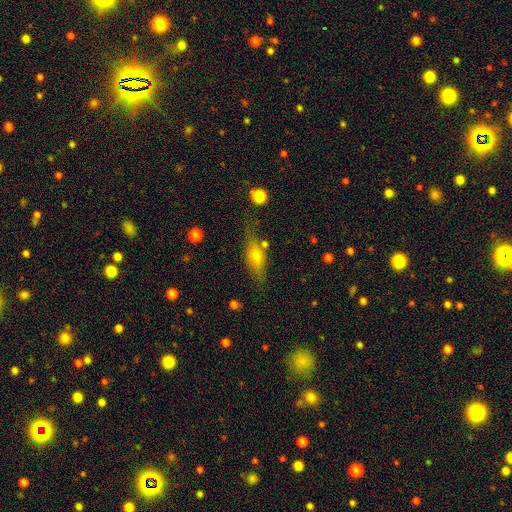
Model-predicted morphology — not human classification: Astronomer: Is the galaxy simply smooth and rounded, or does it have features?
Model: smooth — 59%.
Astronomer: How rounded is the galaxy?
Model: in between — 65%.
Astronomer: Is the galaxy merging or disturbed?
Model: none — 65%.